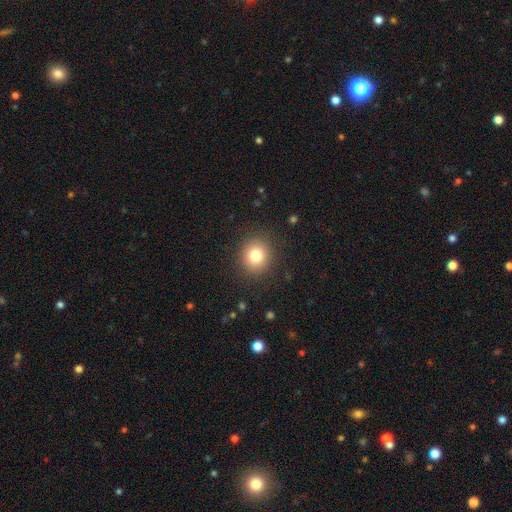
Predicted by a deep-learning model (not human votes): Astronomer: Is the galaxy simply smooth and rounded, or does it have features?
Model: smooth — 80%.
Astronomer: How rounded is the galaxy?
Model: round — 83%.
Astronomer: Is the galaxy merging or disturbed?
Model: none — 89%.